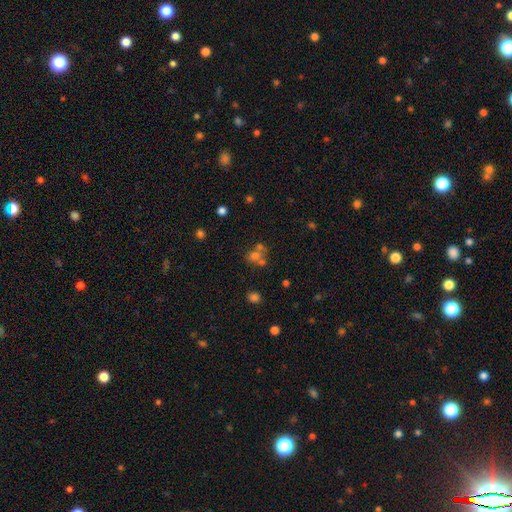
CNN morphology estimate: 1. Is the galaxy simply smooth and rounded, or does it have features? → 56% smooth, 26% star or artifact, 18% featured or disk.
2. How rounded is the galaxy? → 77% round, 22% in between, 1% cigar-shaped.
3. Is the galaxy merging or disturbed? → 44% merger, 42% none, 8% minor disturbance, 5% major disturbance.